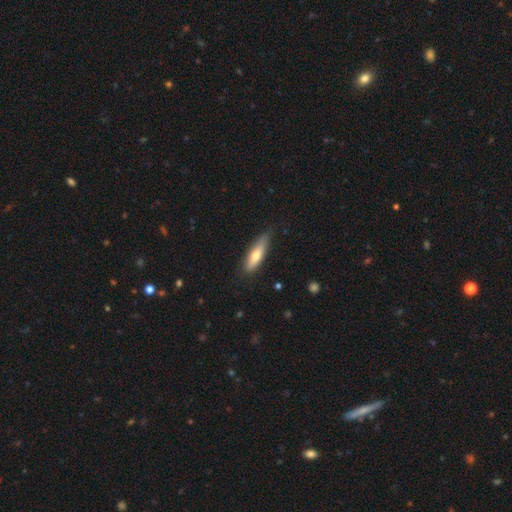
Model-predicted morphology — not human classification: smooth_or_featured: smooth (p=0.65) [alt: featured or disk p=0.30]
how_rounded: cigar-shaped (p=0.60) [alt: in between p=0.38]
merging: none (p=0.74) [alt: minor disturbance p=0.22]